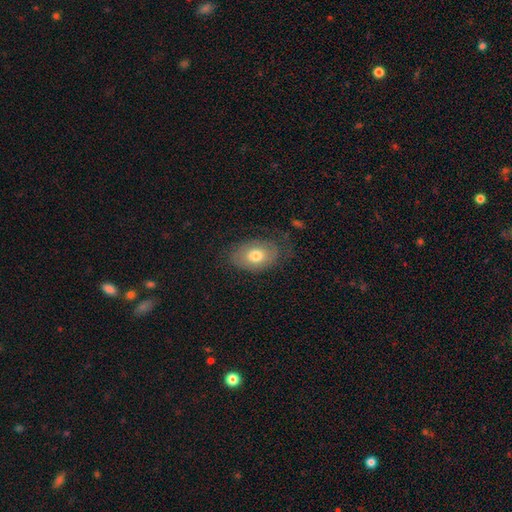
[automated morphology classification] This is likely a smooth galaxy (68%). How rounded: clearly in between (85%). Merging: likely none (67%).